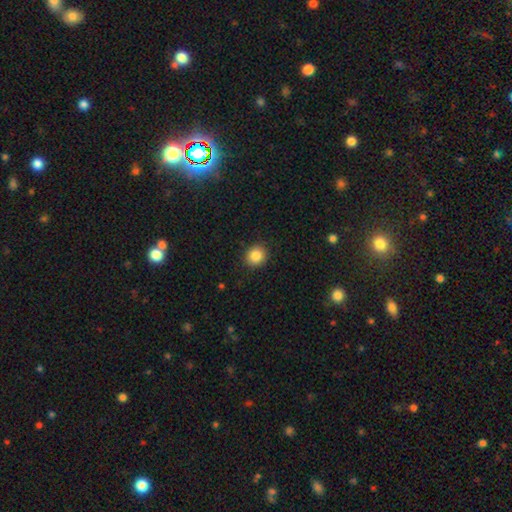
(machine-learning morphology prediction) Q: Smooth or featured?
A: smooth (86%); runner-up: star or artifact (10%)
Q: How rounded?
A: round (81%); runner-up: in between (18%)
Q: Merging?
A: none (90%); runner-up: minor disturbance (7%)